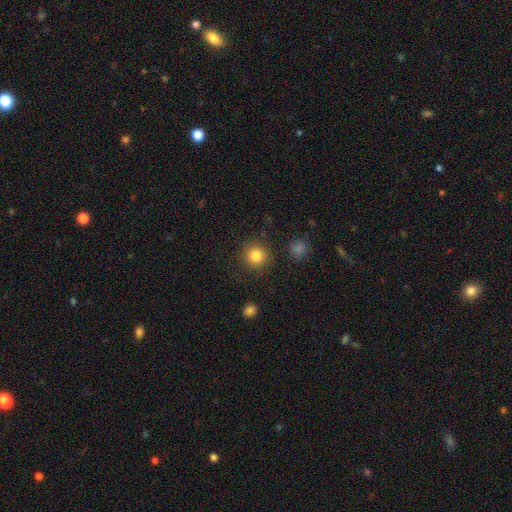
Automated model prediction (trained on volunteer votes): A smooth galaxy with no disk features (84%) that is round (94%). Merging: none (89%).